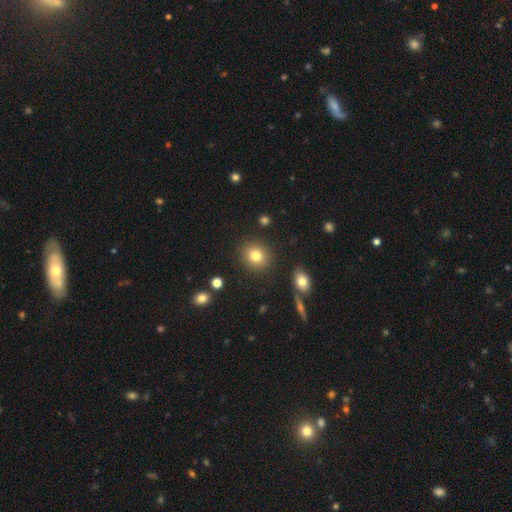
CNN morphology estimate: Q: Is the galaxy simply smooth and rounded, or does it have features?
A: smooth — 81%.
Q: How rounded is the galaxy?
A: round — 80%.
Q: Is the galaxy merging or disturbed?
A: none — 89%.